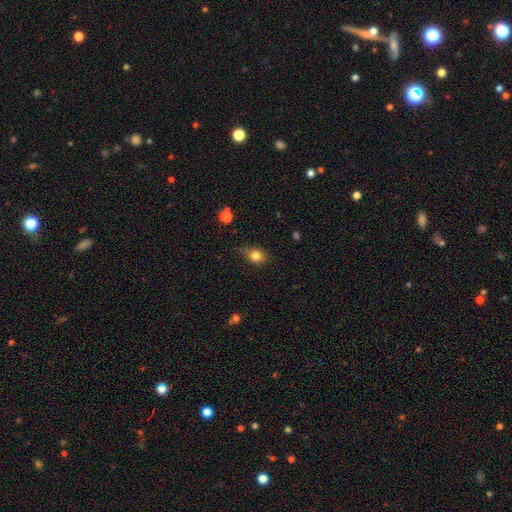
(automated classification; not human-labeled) Q: Smooth or featured?
A: smooth (81%); runner-up: star or artifact (10%)
Q: How rounded?
A: in between (59%); runner-up: round (39%)
Q: Merging?
A: none (64%); runner-up: minor disturbance (28%)